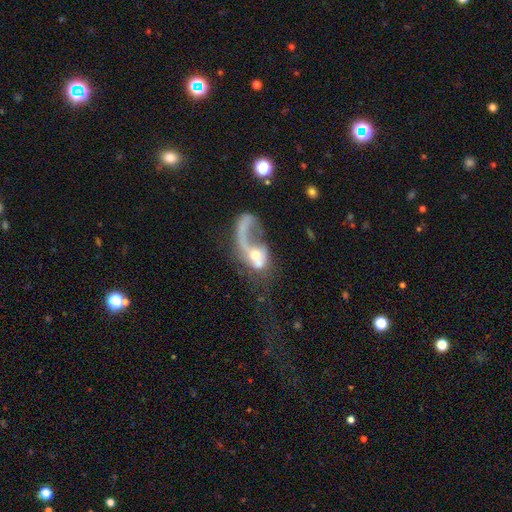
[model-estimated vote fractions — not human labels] A featured or disk galaxy (60%) with no bar (74%), spiral arms (63%) and a moderate central bulge (56%). Merging: major disturbance (52%).